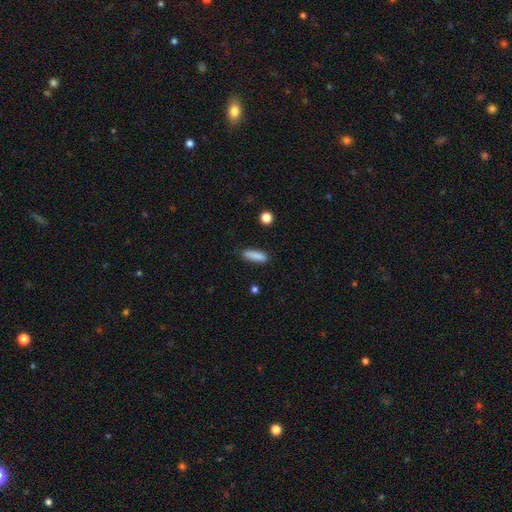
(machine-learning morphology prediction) Overall: smooth (86%). How rounded: cigar-shaped (71%). Merging: none (84%).